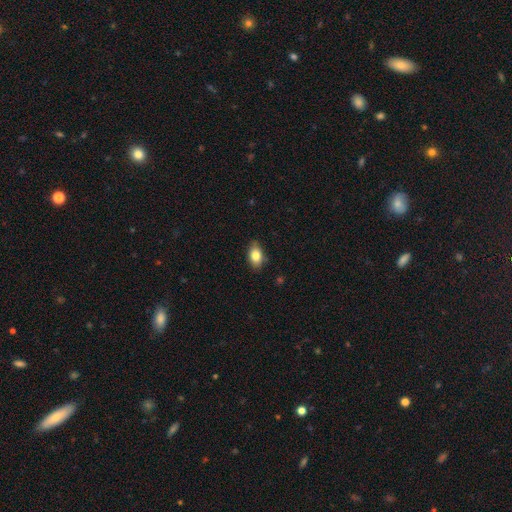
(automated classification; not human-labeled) Morphology: type=smooth (81%); roundness=in between (87%); merging=none (82%).